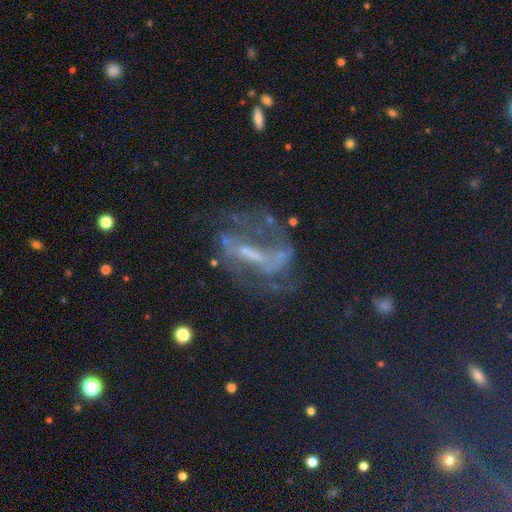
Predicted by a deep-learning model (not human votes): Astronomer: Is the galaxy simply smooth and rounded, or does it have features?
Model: featured or disk — 54% (runner-up: star or artifact, 32%).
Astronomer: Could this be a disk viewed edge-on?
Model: no — 88%.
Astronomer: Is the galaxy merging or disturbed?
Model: none — 47% (runner-up: major disturbance, 28%).